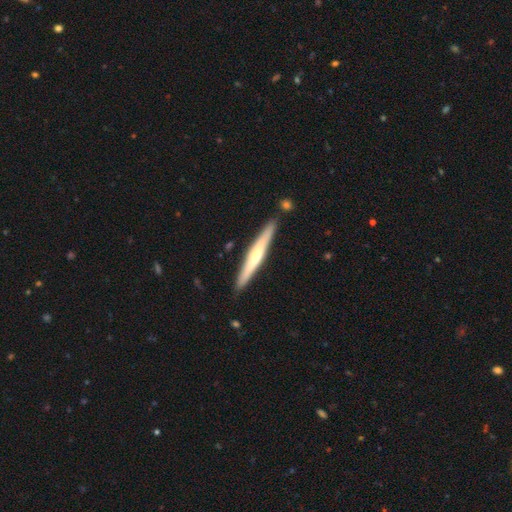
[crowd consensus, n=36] Smooth or featured?
  - featured or disk: 67% *
  - smooth: 31%
  - star or artifact: 3%
Edge-on disk?
  - yes: 96% *
  - no: 4%
Edge-on bulge?
  - rounded: 78% *
  - none: 22%
  - boxy: 0%
Merging?
  - none: 86% *
  - minor disturbance: 9%
  - merger: 6%
  - major disturbance: 0%